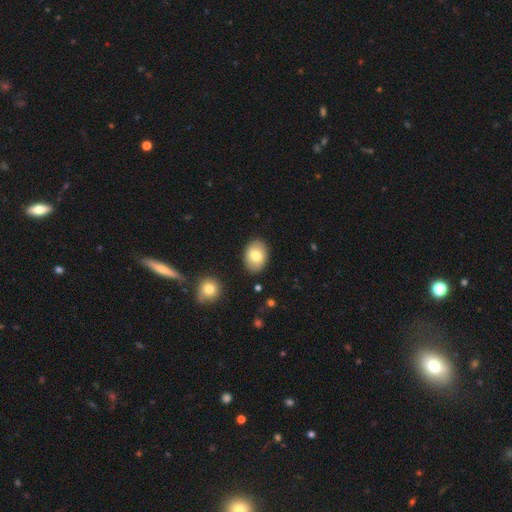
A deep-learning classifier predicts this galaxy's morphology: Smooth or featured?
  - smooth: 76% *
  - featured or disk: 17%
  - star or artifact: 7%
How rounded?
  - in between: 79% *
  - round: 20%
  - cigar-shaped: 1%
Merging?
  - none: 87% *
  - minor disturbance: 9%
  - major disturbance: 2%
  - merger: 2%